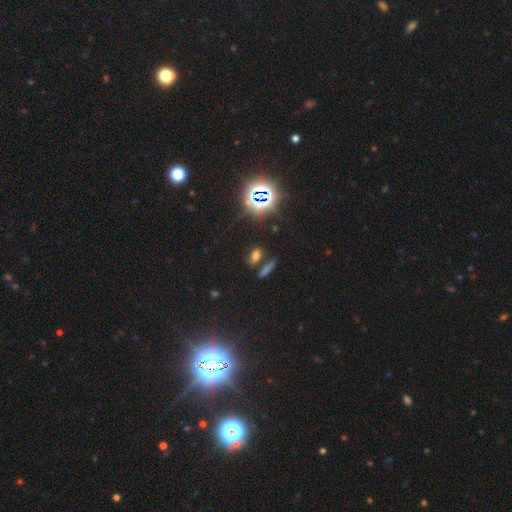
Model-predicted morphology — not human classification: A star or artifact, not a galaxy (81%).

Vote fractions:
- Smooth or featured? star or artifact: 81% / smooth: 13% / featured or disk: 6%